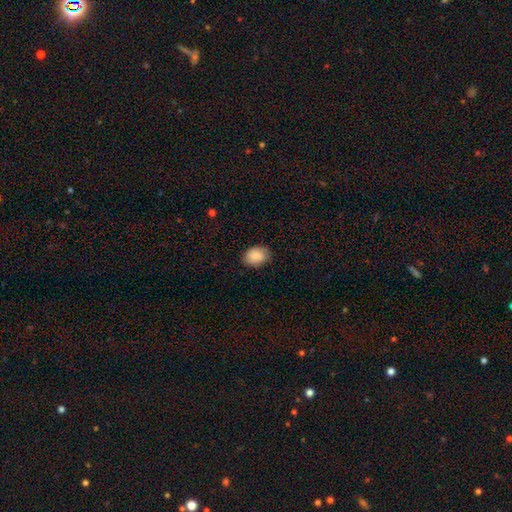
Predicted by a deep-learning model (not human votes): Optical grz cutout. It shows a smooth galaxy with no disk features (83%) that is in between round and cigar-shaped (75%). Merging: none (77%).